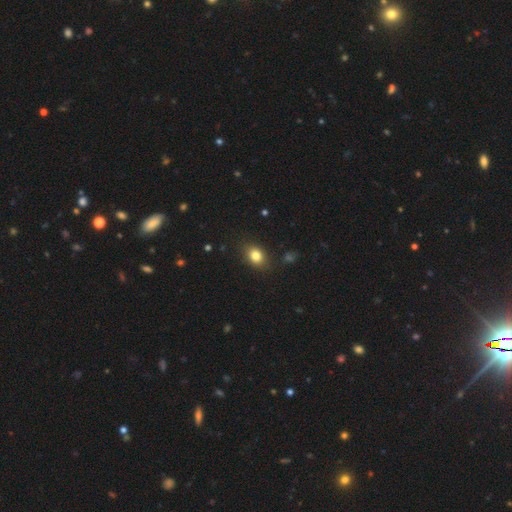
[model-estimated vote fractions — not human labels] smooth_or_featured: smooth (p=0.81) [alt: star or artifact p=0.11]
how_rounded: in between (p=0.63) [alt: round p=0.36]
merging: none (p=0.85) [alt: minor disturbance p=0.11]